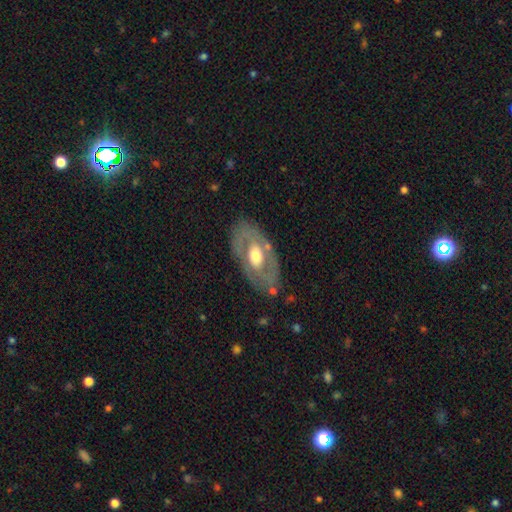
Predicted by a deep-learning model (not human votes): A featured or disk galaxy (64%) with no bar (66%), no spiral arms (70%) and a moderate central bulge (66%).

Vote fractions:
- Smooth or featured? featured or disk: 64% / smooth: 31% / star or artifact: 5%
- Edge-on disk? no: 89% / yes: 11%
- Bar? no: 66% / weak: 24% / strong: 10%
- Spiral arms? no: 70% / yes: 30%
- Bulge size? moderate: 66% / large: 24% / small: 8% / dominant: 2% / none: 1%
- Merging? none: 75% / minor disturbance: 16% / major disturbance: 6% / merger: 3%